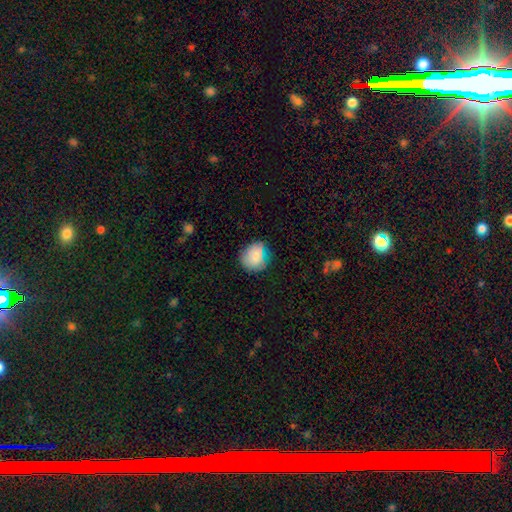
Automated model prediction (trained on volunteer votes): This appears to be a smooth galaxy with no disk features (81%) that is round (70%). Merging: none (69%).